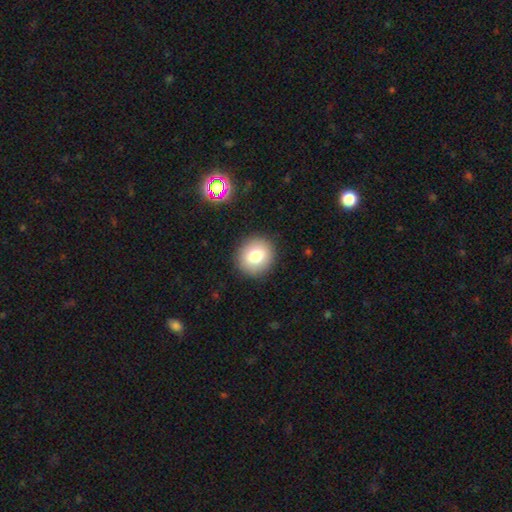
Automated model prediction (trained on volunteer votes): Smooth or featured?
  - smooth: 77% *
  - featured or disk: 13%
  - star or artifact: 11%
How rounded?
  - round: 87% *
  - in between: 12%
  - cigar-shaped: 1%
Merging?
  - none: 90% *
  - minor disturbance: 6%
  - major disturbance: 2%
  - merger: 1%